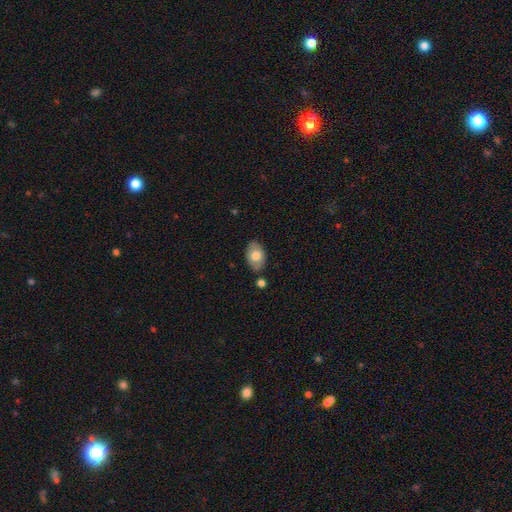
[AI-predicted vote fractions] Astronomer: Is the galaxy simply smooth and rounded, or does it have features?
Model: smooth — 73%.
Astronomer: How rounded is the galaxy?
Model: in between — 88%.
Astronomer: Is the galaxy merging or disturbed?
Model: none — 75%.